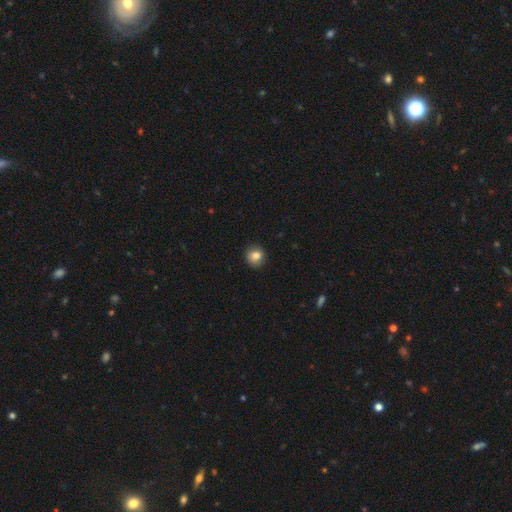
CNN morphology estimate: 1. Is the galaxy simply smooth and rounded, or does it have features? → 83% smooth, 10% star or artifact, 7% featured or disk.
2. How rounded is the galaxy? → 89% round, 10% in between, 1% cigar-shaped.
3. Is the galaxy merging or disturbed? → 90% none, 7% minor disturbance, 2% major disturbance, 1% merger.